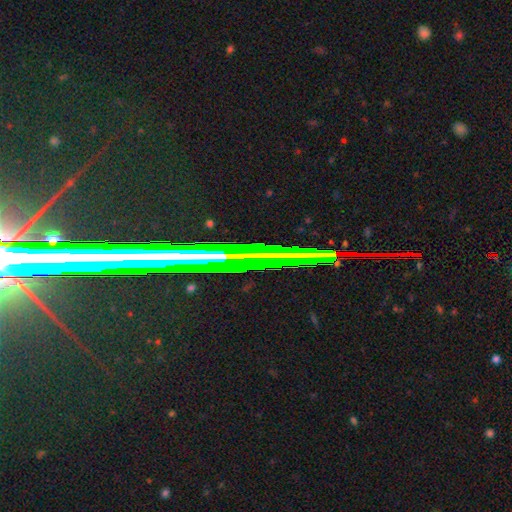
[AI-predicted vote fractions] smooth-or-featured: star or artifact: 67% | featured or disk: 23% | smooth: 10%